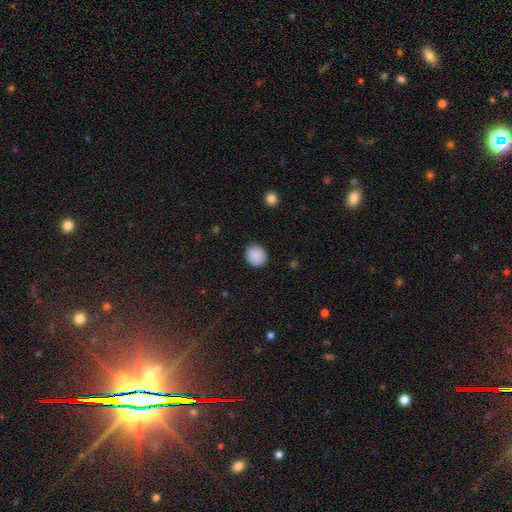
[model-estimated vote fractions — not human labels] smooth 88%, star or artifact 8%, featured or disk 4%. Down the decision tree: how rounded — round (82%); merging — none (89%).